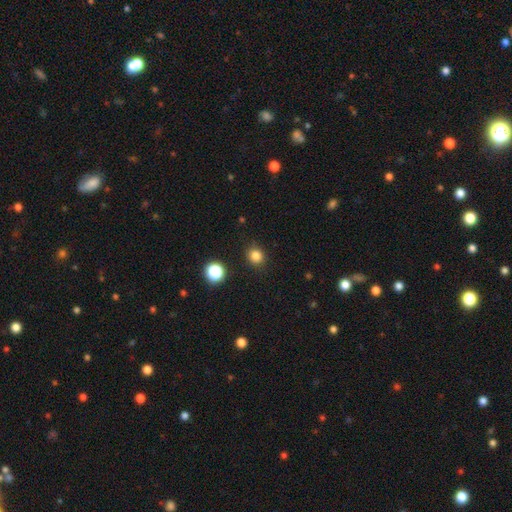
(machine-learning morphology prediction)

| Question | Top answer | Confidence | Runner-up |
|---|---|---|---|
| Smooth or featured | smooth | 82% | star or artifact (14%) |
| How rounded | round | 86% | in between (13%) |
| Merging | none | 89% | minor disturbance (7%) |